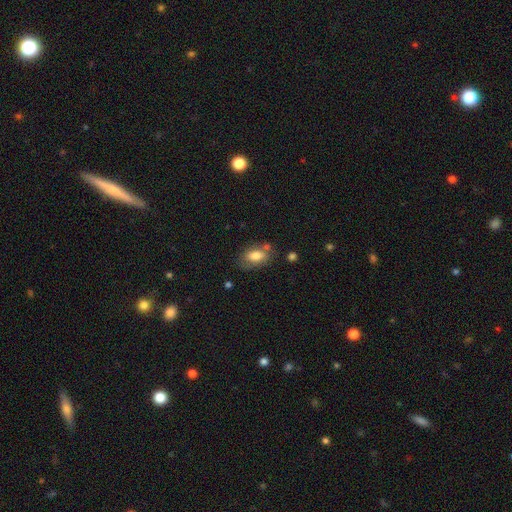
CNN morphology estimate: Smooth or featured? smooth (76%)
How rounded? in between (88%)
Merging? none (63%)